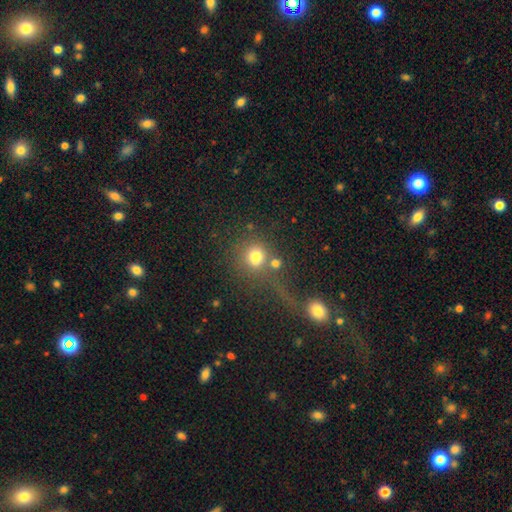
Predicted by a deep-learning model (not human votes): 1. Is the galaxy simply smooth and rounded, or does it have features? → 71% smooth, 16% star or artifact, 12% featured or disk.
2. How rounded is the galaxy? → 84% round, 14% in between, 2% cigar-shaped.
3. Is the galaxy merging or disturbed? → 46% none, 32% merger, 12% major disturbance, 10% minor disturbance.